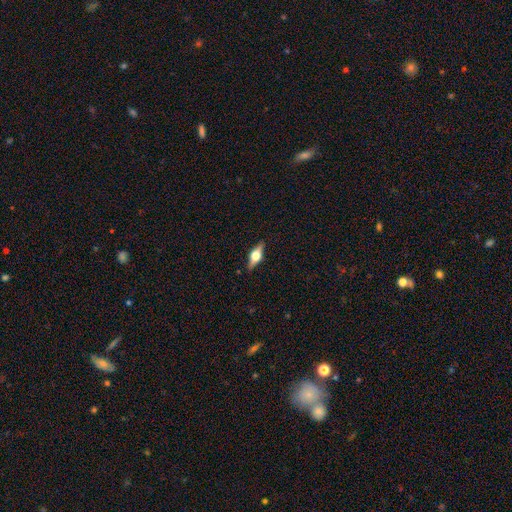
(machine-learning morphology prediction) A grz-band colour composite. It shows a featured or disk galaxy (66%) viewed edge-on (95%) with a rounded central bulge (94%). Merging: none (87%).